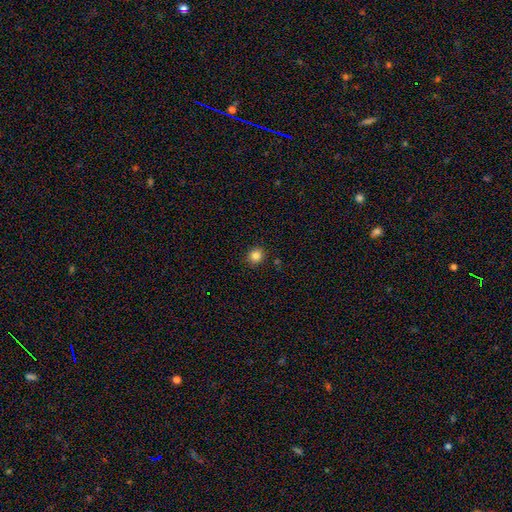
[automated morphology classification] type=smooth (84%); roundness=round (87%); merging=none (90%).